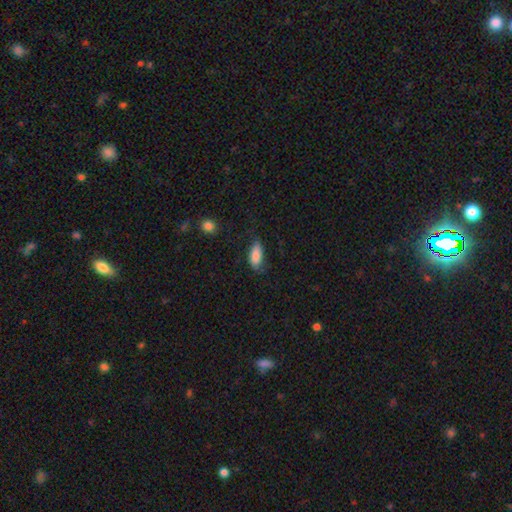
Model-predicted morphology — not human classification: Smooth or featured: smooth — 83% (featured or disk — 10%)
How rounded: in between — 85% (cigar-shaped — 13%)
Merging: none — 63% (minor disturbance — 28%)